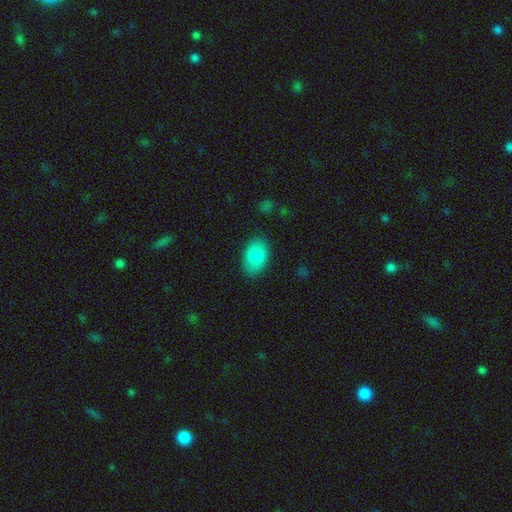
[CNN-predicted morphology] Smooth or featured? Predicted: smooth (p=0.88). How rounded? Predicted: in between (p=0.90). Merging? Predicted: none (p=0.85).